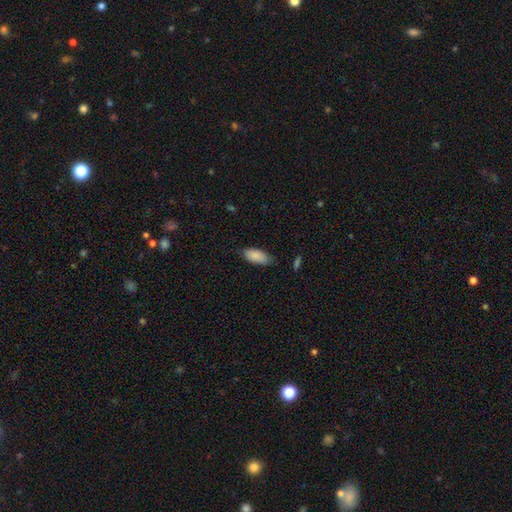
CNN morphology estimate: A smooth galaxy with no disk features (86%) that is in between round and cigar-shaped (90%).

Vote fractions:
- Smooth or featured? smooth: 86% / featured or disk: 7% / star or artifact: 7%
- How rounded? in between: 90% / cigar-shaped: 8% / round: 2%
- Merging? none: 74% / minor disturbance: 21% / major disturbance: 3% / merger: 2%